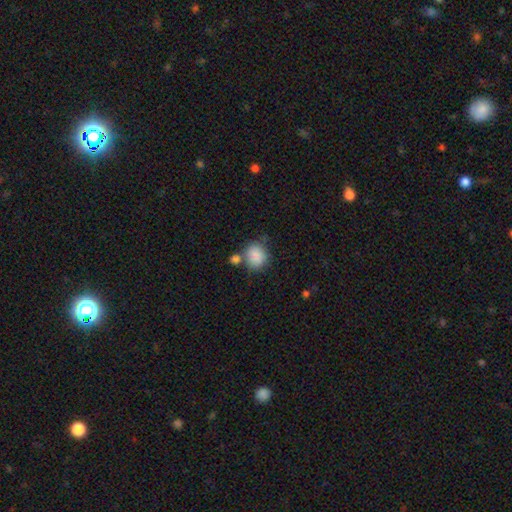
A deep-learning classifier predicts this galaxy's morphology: Smooth or featured?
  - smooth: 86% *
  - star or artifact: 8%
  - featured or disk: 5%
How rounded?
  - round: 62% *
  - in between: 37%
  - cigar-shaped: 1%
Merging?
  - none: 58% *
  - merger: 20%
  - minor disturbance: 17%
  - major disturbance: 6%